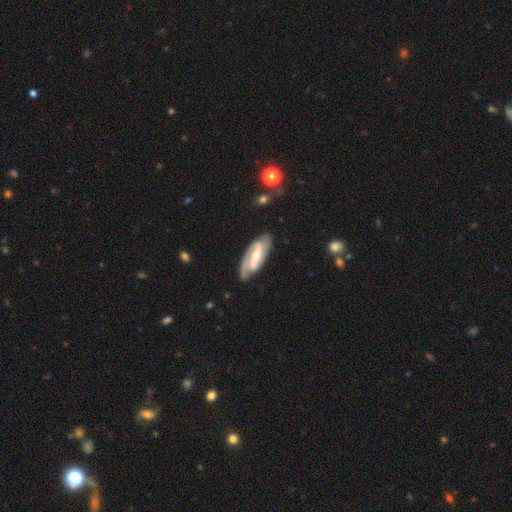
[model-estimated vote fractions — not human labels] Smooth or featured? featured or disk (81%)
Edge-on disk? no (91%)
Bar? strong (48%)
Spiral arms? yes (93%)
Spiral winding? medium (42%)
Spiral arm count? 2 (82%)
Bulge size? small (52%)
Merging? none (77%)